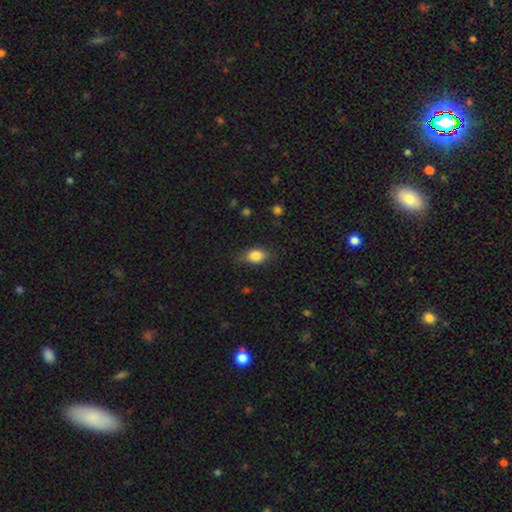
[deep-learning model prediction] A smooth galaxy with no disk features (85%) that is in between round and cigar-shaped (81%). Merging: none (77%).